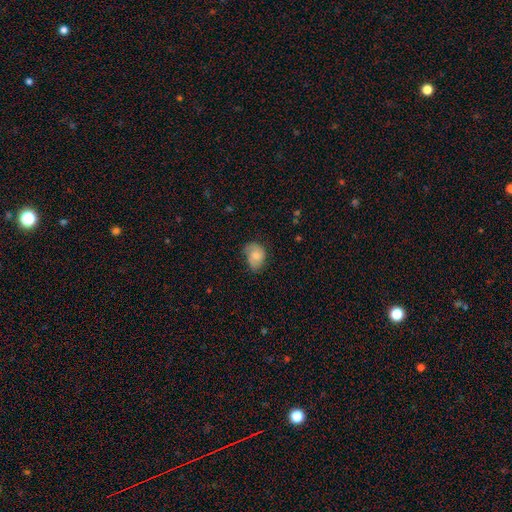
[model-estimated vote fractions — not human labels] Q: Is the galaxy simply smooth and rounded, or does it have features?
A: smooth — 65%.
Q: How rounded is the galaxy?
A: in between — 65%.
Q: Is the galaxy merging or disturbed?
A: none — 52%.